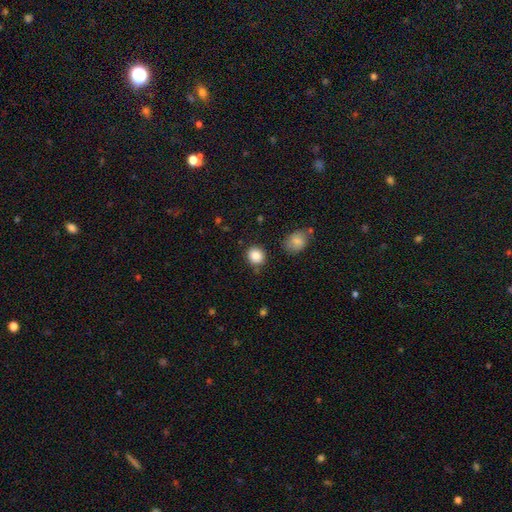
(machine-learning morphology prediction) Smooth or featured?
  - smooth: 86% *
  - star or artifact: 9%
  - featured or disk: 4%
How rounded?
  - round: 81% *
  - in between: 17%
  - cigar-shaped: 1%
Merging?
  - none: 81% *
  - minor disturbance: 12%
  - merger: 4%
  - major disturbance: 3%